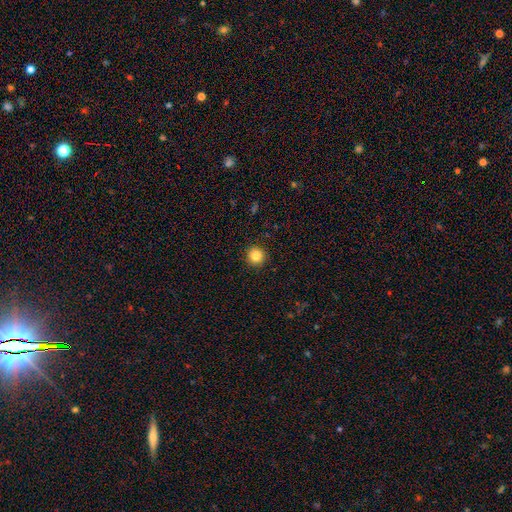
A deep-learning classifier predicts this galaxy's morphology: The model was most divided on "smooth or featured": smooth: 84%, star or artifact: 11%, featured or disk: 5%. More confident: how rounded — round (94%); merging — none (92%).